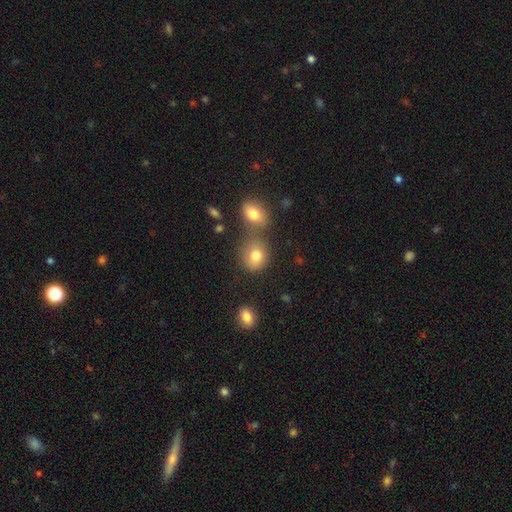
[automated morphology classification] Overall: smooth (80%). How rounded: round (69%; in between 30%). Merging: none (49%; merger 34%).